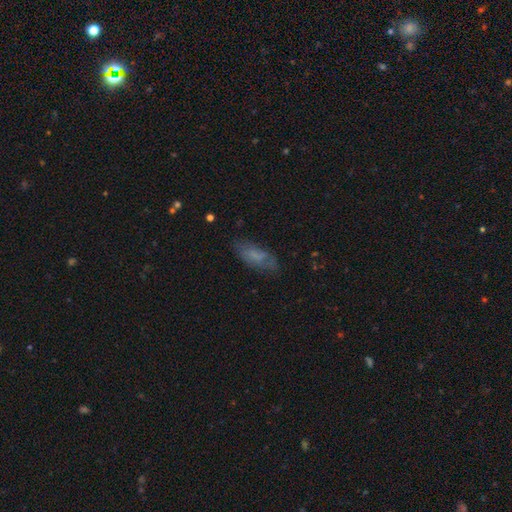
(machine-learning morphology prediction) type=smooth (64%); roundness=in between (70%); merging=none (66%).